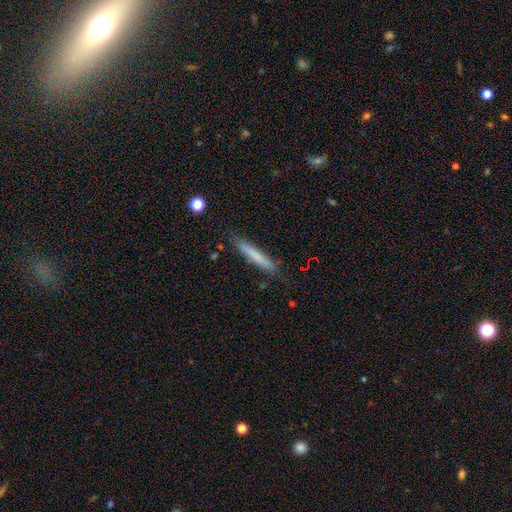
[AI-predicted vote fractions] This appears to be a smooth galaxy with no disk features (73%) that is cigar-shaped (95%). Merging: none (84%).